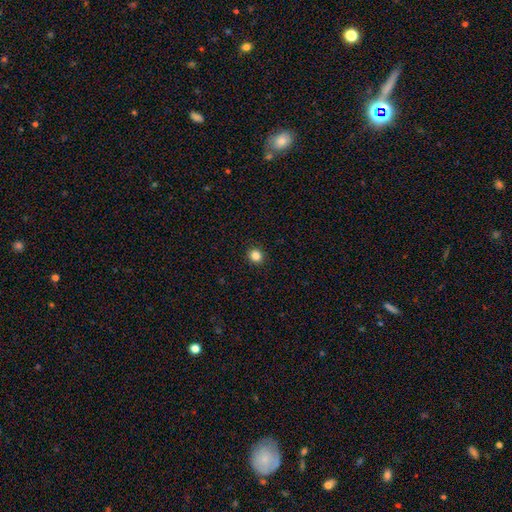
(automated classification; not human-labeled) smooth-or-featured: smooth: 84% | star or artifact: 12% | featured or disk: 4%
  how-rounded: round: 87% | in between: 12% | cigar-shaped: 1%
  merging: none: 92% | minor disturbance: 5% | major disturbance: 2% | merger: 1%